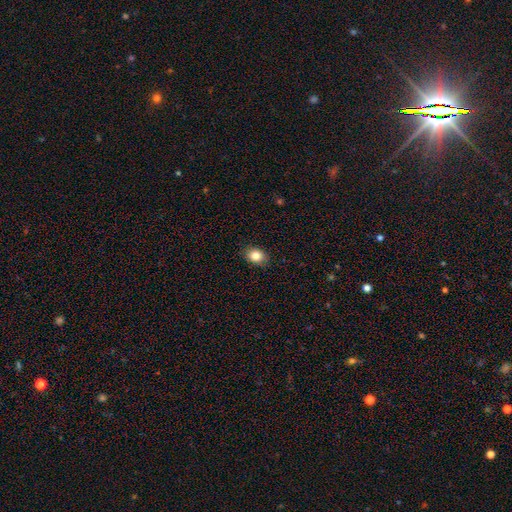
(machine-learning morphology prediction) Q: Smooth or featured?
A: smooth (84%); runner-up: star or artifact (9%)
Q: How rounded?
A: in between (65%); runner-up: round (34%)
Q: Merging?
A: none (87%); runner-up: minor disturbance (10%)